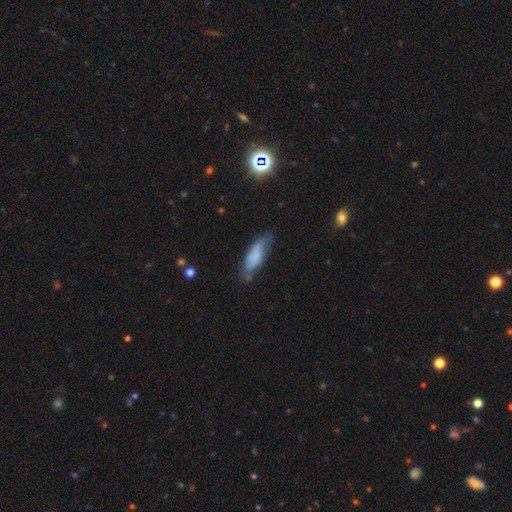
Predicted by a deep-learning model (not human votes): Smooth or featured? Predicted: smooth (p=0.68). How rounded? Predicted: in between (p=0.50). Merging? Predicted: none (p=0.58).